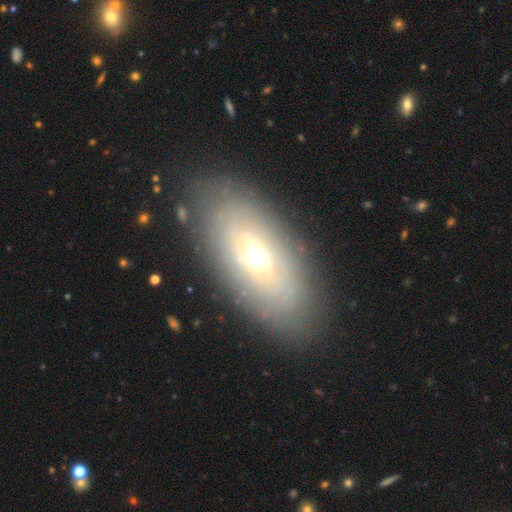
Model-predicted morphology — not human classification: type=featured or disk (49%); merging=none (82%).